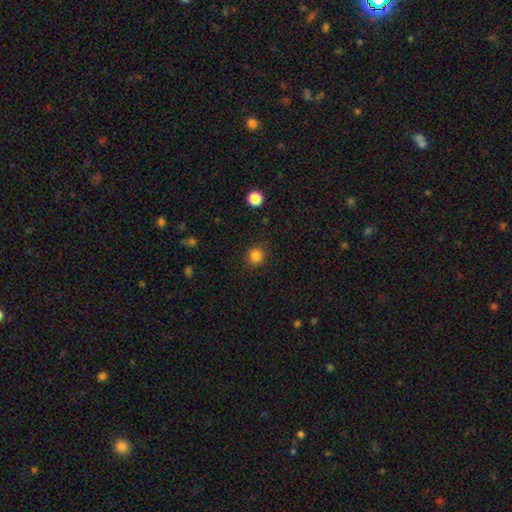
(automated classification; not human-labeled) A smooth galaxy with no disk features (83%) that is round (91%).

Vote fractions:
- Smooth or featured? smooth: 83% / star or artifact: 13% / featured or disk: 4%
- How rounded? round: 91% / in between: 8% / cigar-shaped: 1%
- Merging? none: 89% / minor disturbance: 7% / major disturbance: 2% / merger: 1%